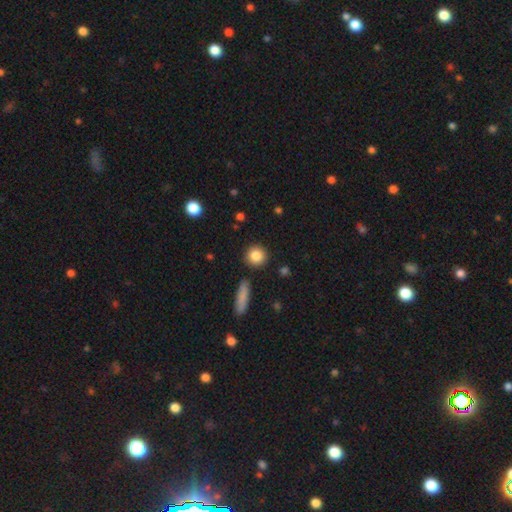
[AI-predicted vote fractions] smooth 84%, star or artifact 8%, featured or disk 8%. Down the decision tree: how rounded — round (90%); merging — none (89%).